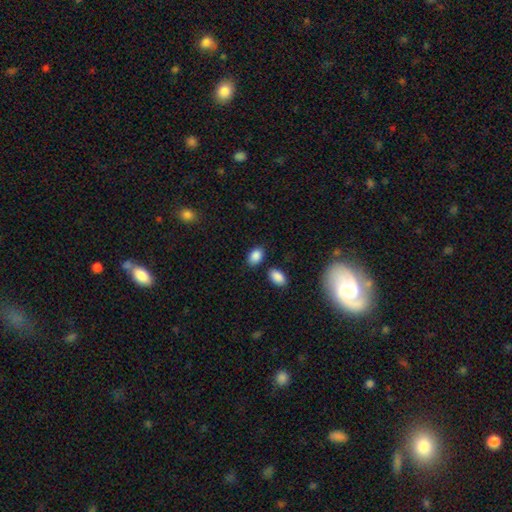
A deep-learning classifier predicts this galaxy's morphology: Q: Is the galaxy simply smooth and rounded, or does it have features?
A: smooth — 87%.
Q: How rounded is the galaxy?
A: in between — 86%.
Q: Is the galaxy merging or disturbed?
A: none — 79%.